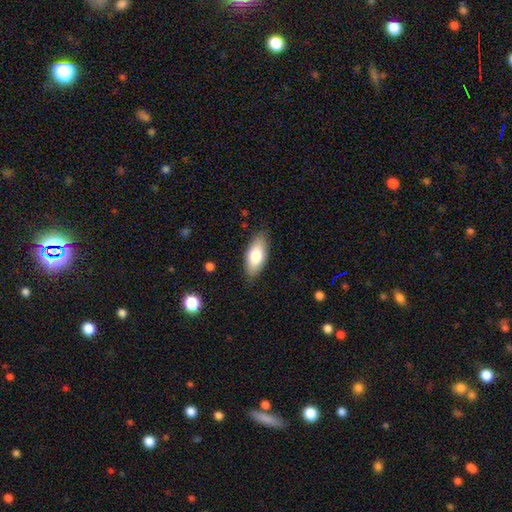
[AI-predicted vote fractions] Morphology: type=smooth (78%); roundness=in between (85%); merging=none (84%).